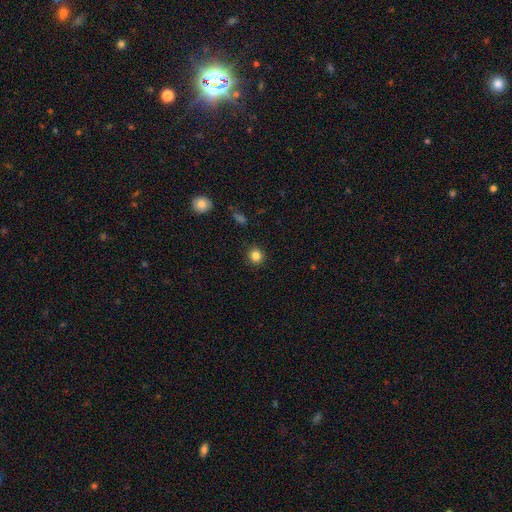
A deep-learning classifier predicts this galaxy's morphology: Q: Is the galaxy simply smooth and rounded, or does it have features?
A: smooth — 84%.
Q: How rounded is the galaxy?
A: round — 91%.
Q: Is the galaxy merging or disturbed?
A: none — 91%.